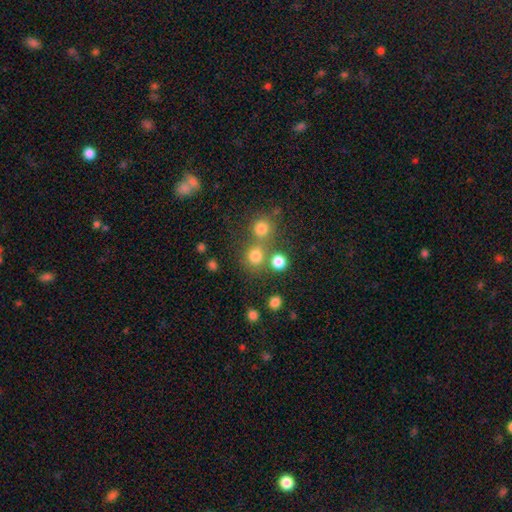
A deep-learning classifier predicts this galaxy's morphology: The model was most divided on "merging": none: 62%, merger: 26%, minor disturbance: 8%, major disturbance: 4%. More confident: how rounded — round (88%); smooth or featured — smooth (78%).